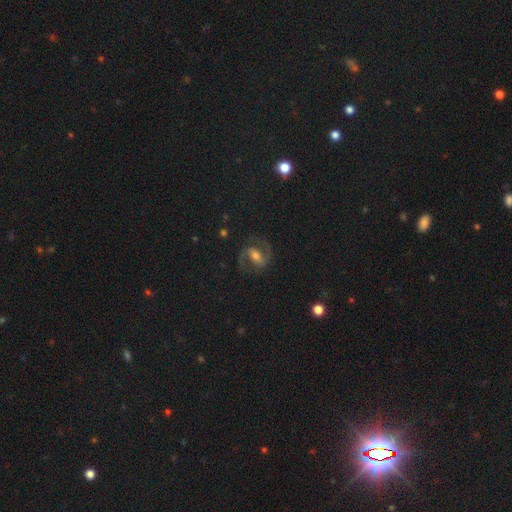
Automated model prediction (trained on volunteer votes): Smooth or featured? Predicted: featured or disk (p=0.82). Edge-on disk? Predicted: no (p=0.97). Bar? Predicted: strong (p=0.43). Spiral arms? Predicted: yes (p=0.96). Spiral winding? Predicted: medium (p=0.61). Spiral arm count? Predicted: 2 (p=0.93). Bulge size? Predicted: moderate (p=0.59). Merging? Predicted: none (p=0.80).